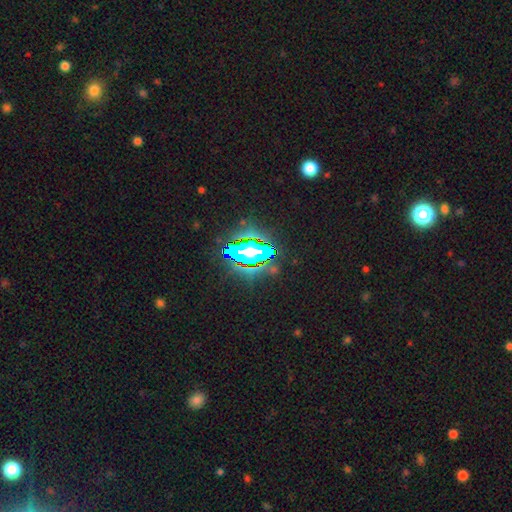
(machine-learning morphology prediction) Smooth or featured? star or artifact (77%)